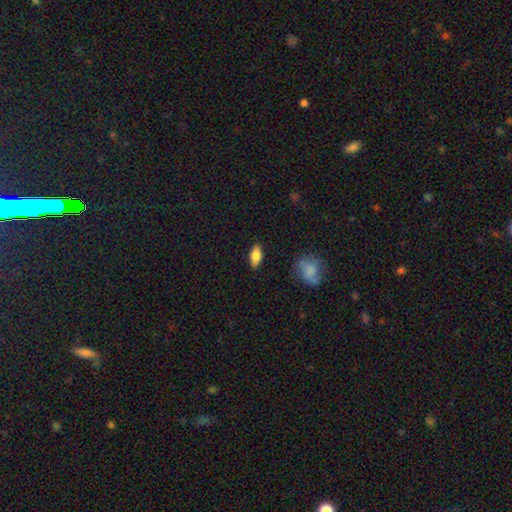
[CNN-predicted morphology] smooth 79%, featured or disk 14%, star or artifact 7%. Down the decision tree: how rounded — in between (85%); merging — none (86%).